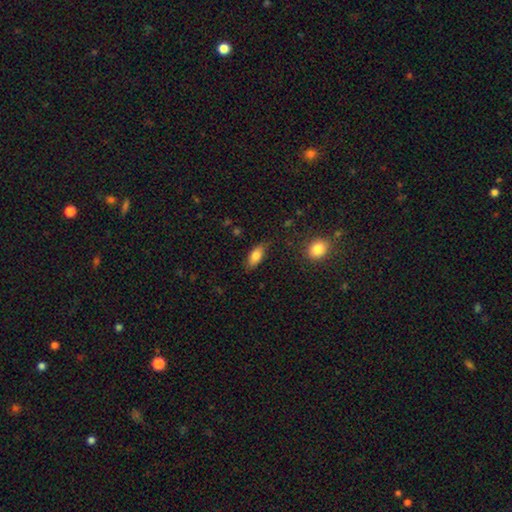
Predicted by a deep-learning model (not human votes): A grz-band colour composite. It shows a smooth galaxy with no disk features (81%) that is in between round and cigar-shaped (85%). Merging: none (79%).